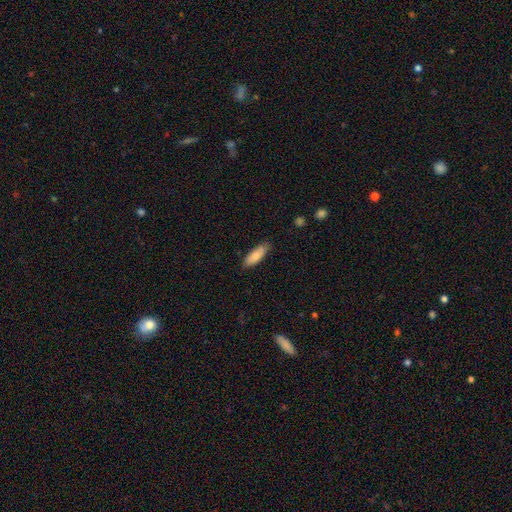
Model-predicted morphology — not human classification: Q: Smooth or featured?
A: smooth (80%); runner-up: featured or disk (14%)
Q: How rounded?
A: in between (63%); runner-up: cigar-shaped (36%)
Q: Merging?
A: none (82%); runner-up: minor disturbance (15%)